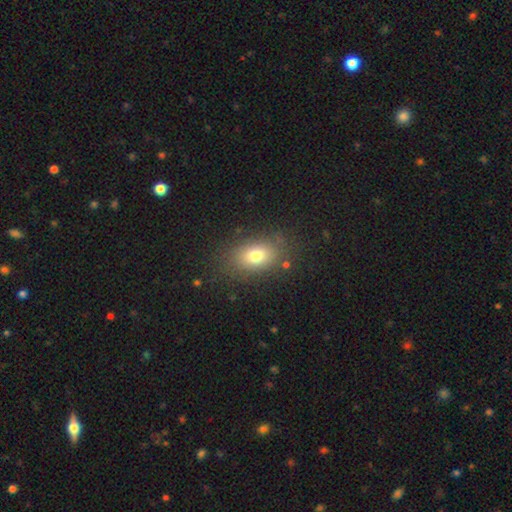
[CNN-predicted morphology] Smooth or featured? smooth (75%)
How rounded? in between (81%)
Merging? none (81%)